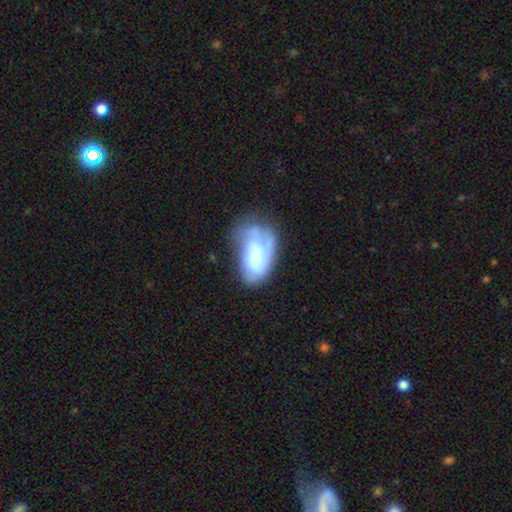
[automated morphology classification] This is possibly a featured or disk galaxy (47%). Merging: marginally none (38%).